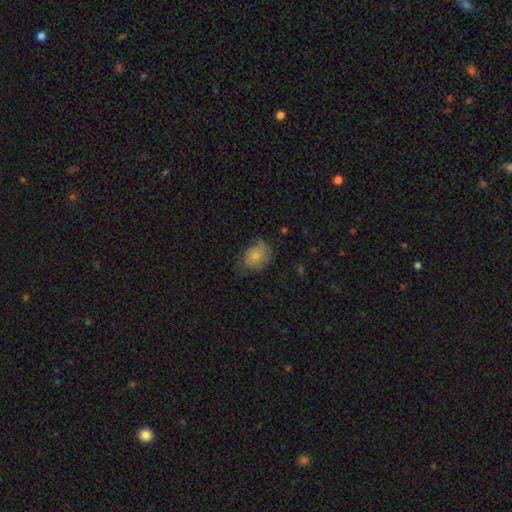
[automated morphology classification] smooth_or_featured: smooth (p=0.65) [alt: featured or disk p=0.26]
how_rounded: round (p=0.50) [alt: in between p=0.49]
merging: none (p=0.51) [alt: minor disturbance p=0.32]